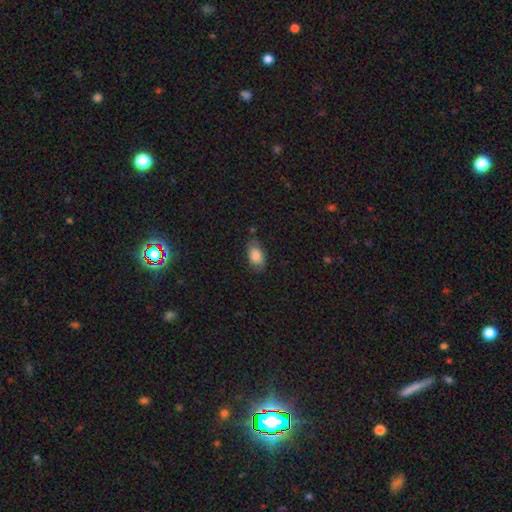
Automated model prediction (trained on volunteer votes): Q: Smooth or featured?
A: smooth (85%); runner-up: featured or disk (7%)
Q: How rounded?
A: in between (91%); runner-up: round (7%)
Q: Merging?
A: none (72%); runner-up: minor disturbance (21%)